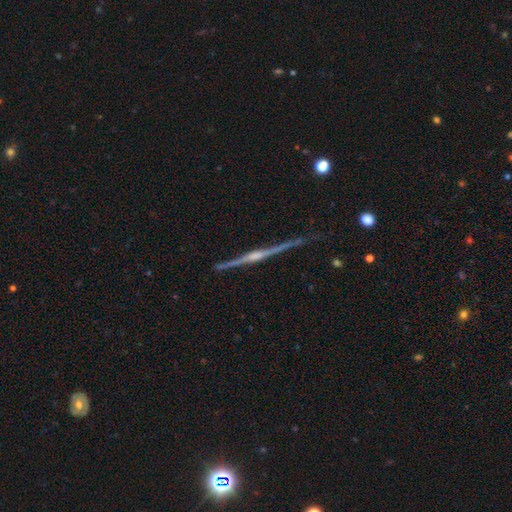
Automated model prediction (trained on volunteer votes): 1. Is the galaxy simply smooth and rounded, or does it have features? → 87% featured or disk, 7% smooth, 6% star or artifact.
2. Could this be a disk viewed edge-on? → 98% yes, 2% no.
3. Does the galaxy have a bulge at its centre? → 75% rounded, 13% boxy, 11% none.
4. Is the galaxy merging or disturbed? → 85% none, 11% minor disturbance, 2% major disturbance, 2% merger.